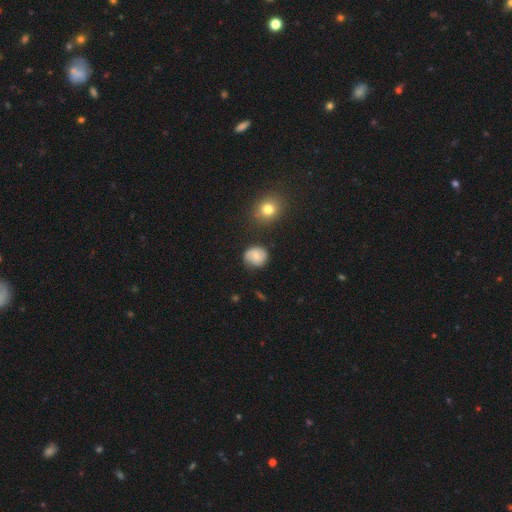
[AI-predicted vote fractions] Q: Smooth or featured?
A: smooth (52%); runner-up: featured or disk (39%)
Q: How rounded?
A: round (77%); runner-up: in between (22%)
Q: Merging?
A: none (71%); runner-up: minor disturbance (21%)